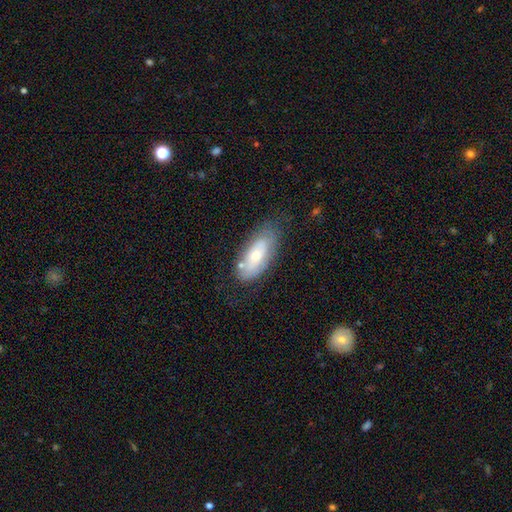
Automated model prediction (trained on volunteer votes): Smooth or featured? Predicted: smooth (p=0.53). How rounded? Predicted: in between (p=0.85). Merging? Predicted: none (p=0.67).